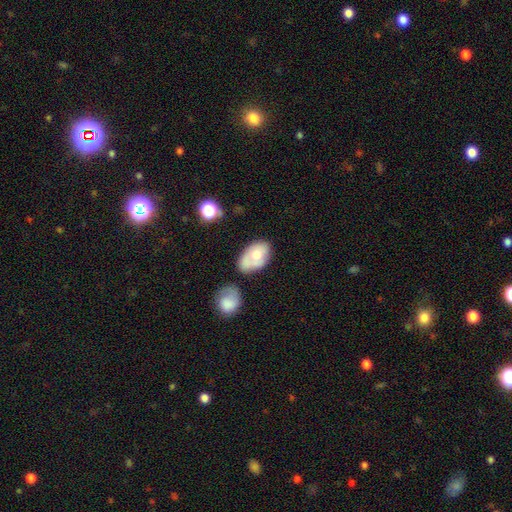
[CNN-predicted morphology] A smooth galaxy with no disk features (61%) that is in between round and cigar-shaped (88%). Merging: none (37%).